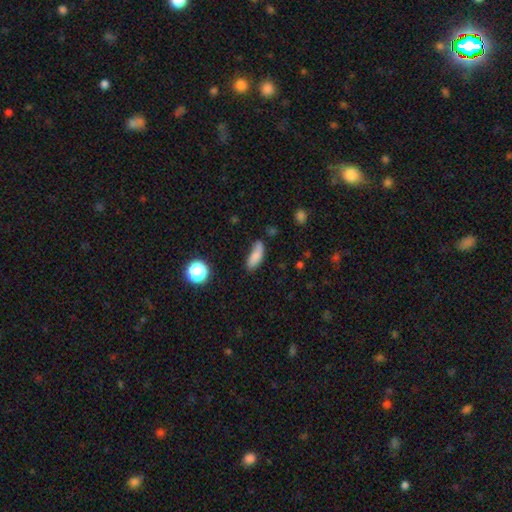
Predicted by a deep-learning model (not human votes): Smooth or featured?
  - smooth: 79% *
  - featured or disk: 12%
  - star or artifact: 10%
How rounded?
  - in between: 67% *
  - cigar-shaped: 29%
  - round: 4%
Merging?
  - none: 58% *
  - minor disturbance: 29%
  - major disturbance: 8%
  - merger: 5%